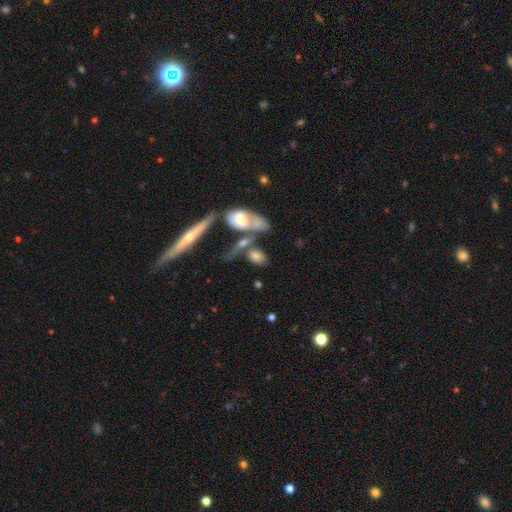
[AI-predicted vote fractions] Smooth or featured? Predicted: smooth (p=0.57). How rounded? Predicted: in between (p=0.73). Merging? Predicted: none (p=0.38).